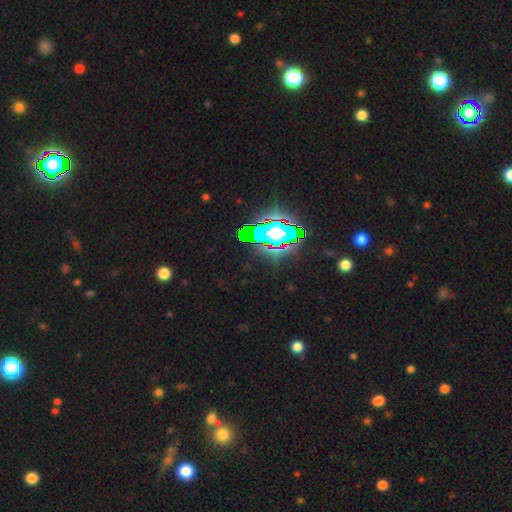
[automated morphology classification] Overall: star or artifact (79%).